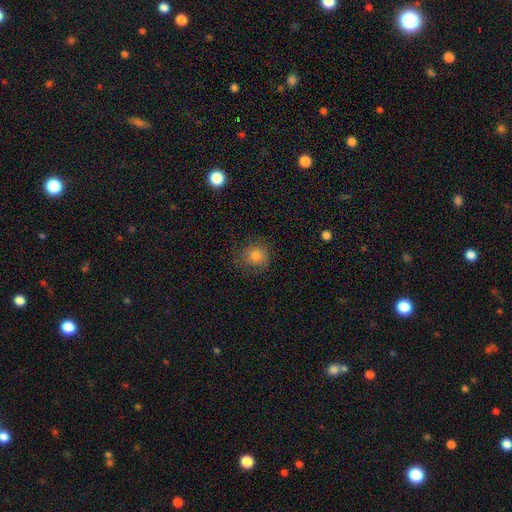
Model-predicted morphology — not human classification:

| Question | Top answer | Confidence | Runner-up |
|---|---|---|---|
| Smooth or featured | smooth | 79% | star or artifact (12%) |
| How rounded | round | 84% | in between (15%) |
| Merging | none | 73% | minor disturbance (19%) |